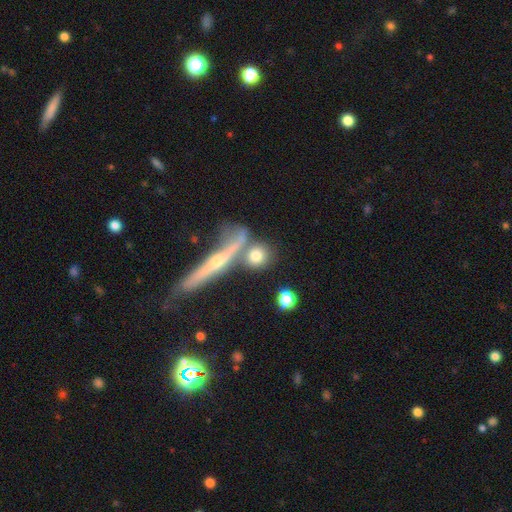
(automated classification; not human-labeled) Smooth or featured?
  - smooth: 67% *
  - featured or disk: 23%
  - star or artifact: 10%
How rounded?
  - round: 78% *
  - in between: 13%
  - cigar-shaped: 9%
Merging?
  - none: 62% *
  - merger: 23%
  - minor disturbance: 10%
  - major disturbance: 5%